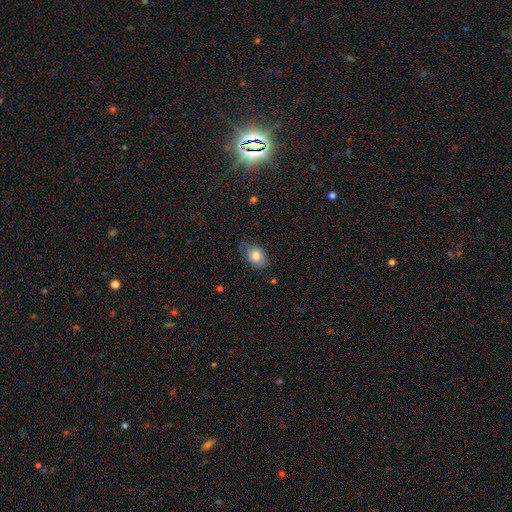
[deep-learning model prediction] Overall: smooth (71%). How rounded: in between (77%). Merging: none (56%; minor disturbance 32%).